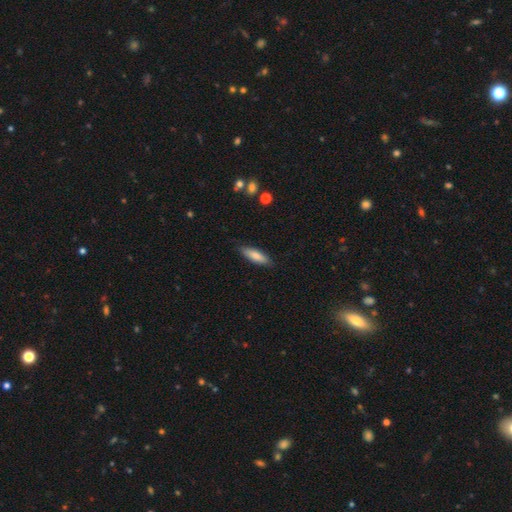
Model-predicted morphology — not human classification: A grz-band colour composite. It shows a smooth galaxy with no disk features (81%) that is cigar-shaped (55%). Merging: none (85%).